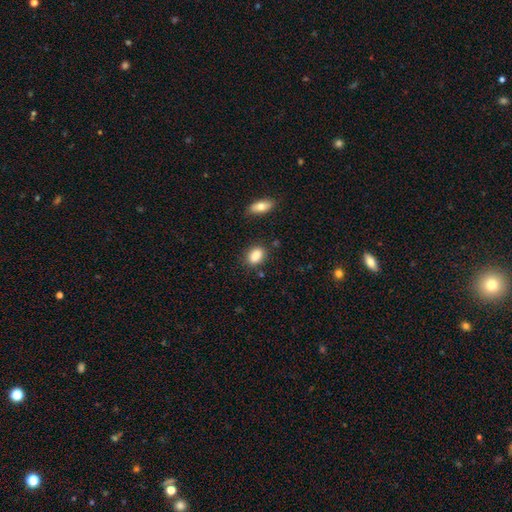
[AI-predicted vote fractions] The model was most divided on "merging": none: 79%, minor disturbance: 13%, merger: 4%, major disturbance: 3%. More confident: smooth or featured — smooth (87%); how rounded — in between (82%).